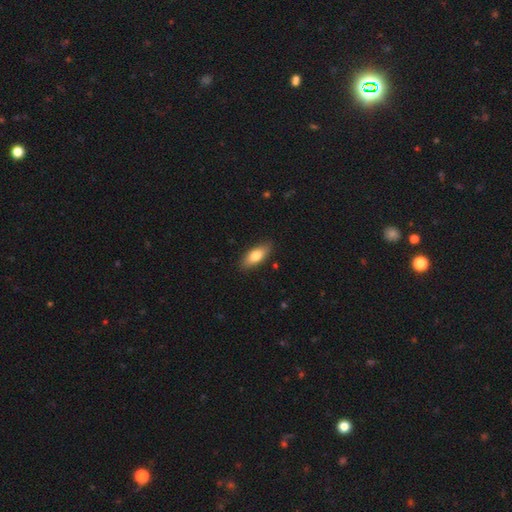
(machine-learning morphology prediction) Smooth or featured? smooth (77%)
How rounded? in between (79%)
Merging? none (87%)